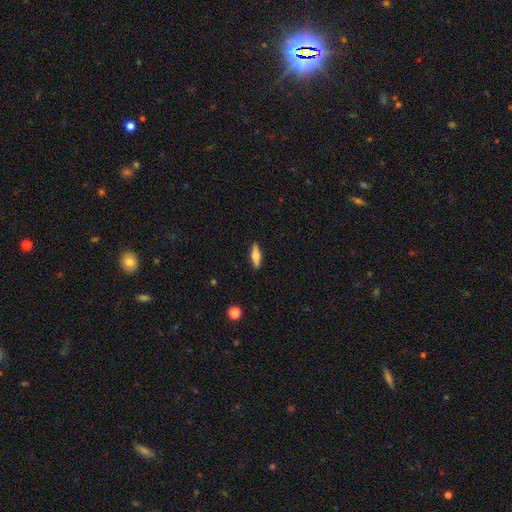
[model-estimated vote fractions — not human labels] Morphology: type=smooth (59%); roundness=cigar-shaped (50%); merging=none (90%).